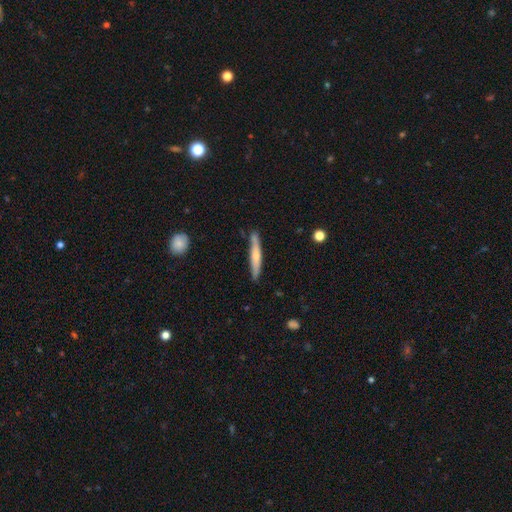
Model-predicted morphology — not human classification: type=smooth (54%); roundness=cigar-shaped (94%); merging=none (82%).